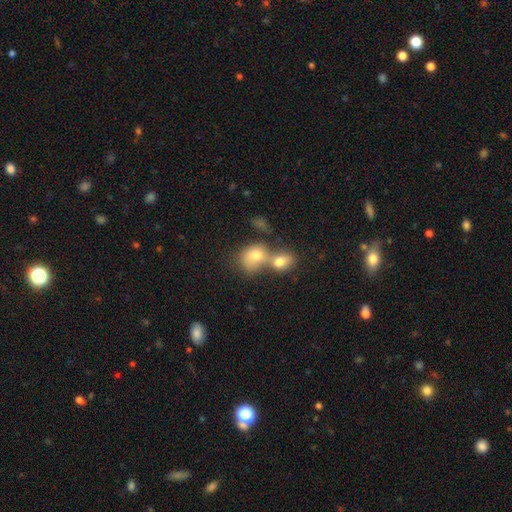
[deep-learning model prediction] Overall: smooth (76%). How rounded: in between (51%; round 48%). Merging: merger (63%; none 25%).